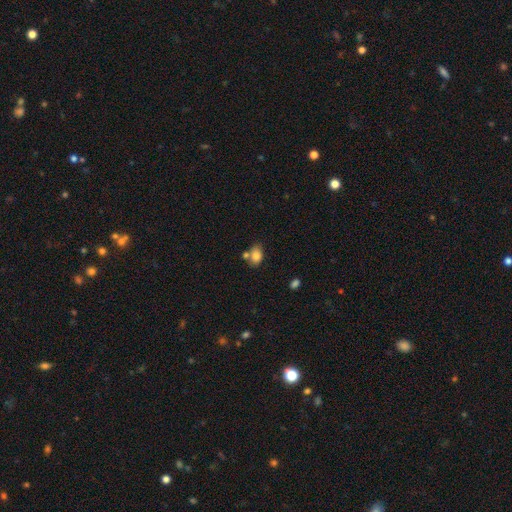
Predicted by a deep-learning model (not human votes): smooth_or_featured: smooth (p=0.82) [alt: star or artifact p=0.09]
how_rounded: in between (p=0.74) [alt: round p=0.24]
merging: none (p=0.52) [alt: merger p=0.27]